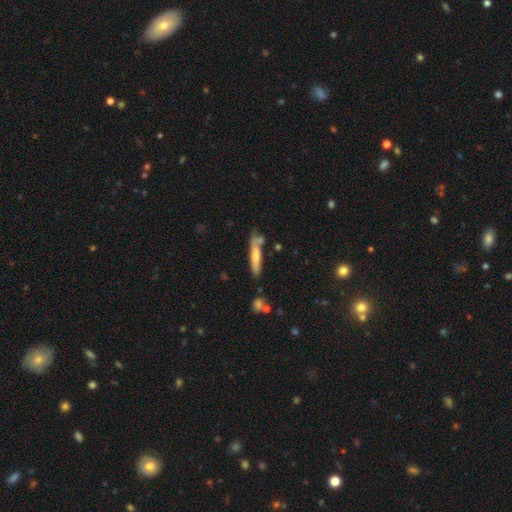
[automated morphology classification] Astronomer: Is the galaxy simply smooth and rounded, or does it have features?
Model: smooth — 63%.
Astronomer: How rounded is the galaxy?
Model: cigar-shaped — 88%.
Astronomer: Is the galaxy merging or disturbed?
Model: none — 67%.